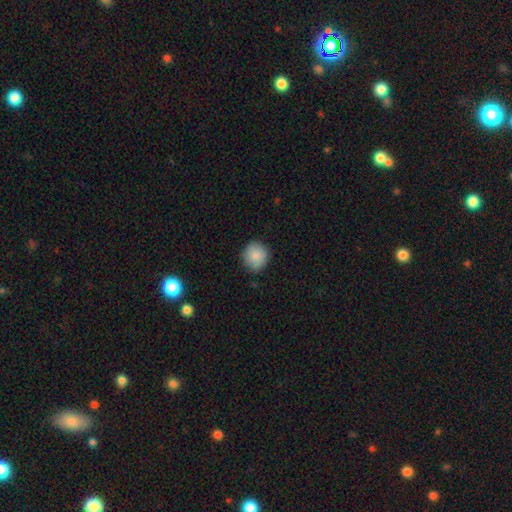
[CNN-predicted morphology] Smooth or featured? smooth (86%)
How rounded? round (92%)
Merging? none (87%)